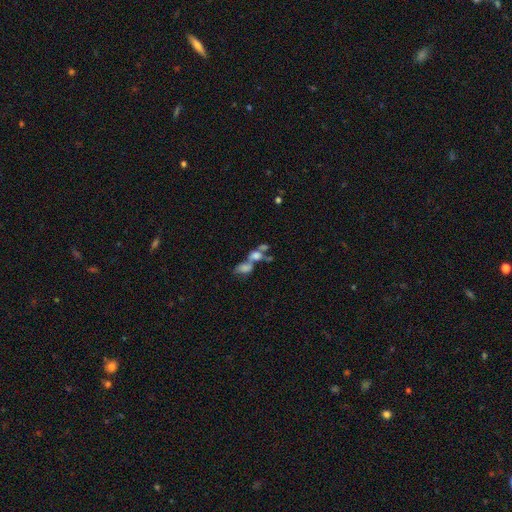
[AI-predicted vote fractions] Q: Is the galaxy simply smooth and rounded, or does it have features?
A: smooth — 59%.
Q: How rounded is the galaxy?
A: in between — 70%.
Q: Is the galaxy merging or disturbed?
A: merger — 68%.